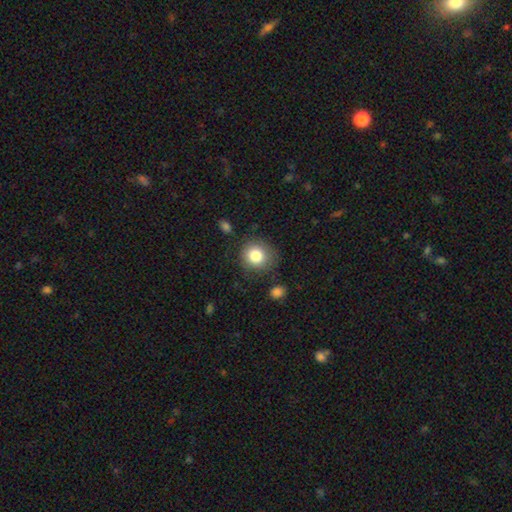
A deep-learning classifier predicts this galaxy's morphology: type=smooth (82%); roundness=round (87%); merging=none (79%).